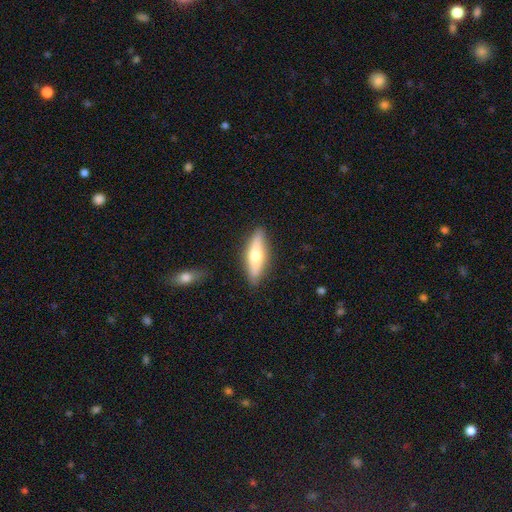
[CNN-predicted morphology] A smooth galaxy with no disk features (51%) that is cigar-shaped (62%). Merging: none (87%).